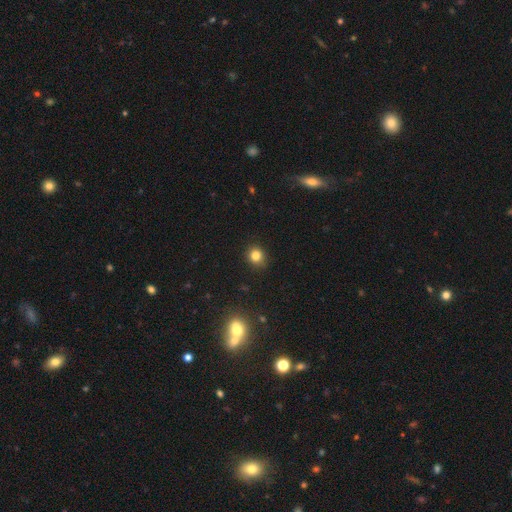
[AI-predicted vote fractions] The model was most divided on "smooth or featured": smooth: 82%, star or artifact: 13%, featured or disk: 5%. More confident: merging — none (89%); how rounded — round (84%).